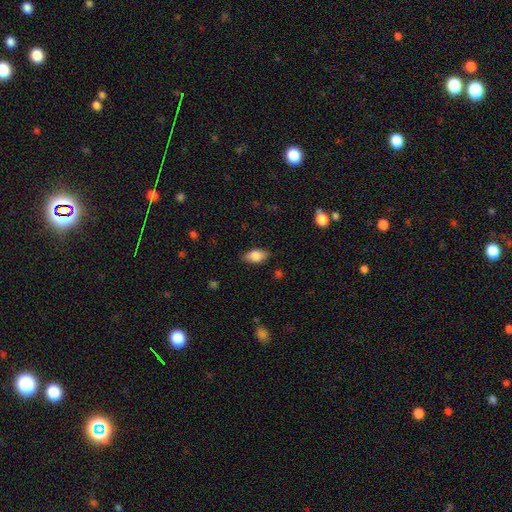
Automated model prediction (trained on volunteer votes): Smooth or featured?
  - smooth: 81% *
  - featured or disk: 12%
  - star or artifact: 7%
How rounded?
  - in between: 91% *
  - round: 5%
  - cigar-shaped: 4%
Merging?
  - none: 83% *
  - minor disturbance: 13%
  - major disturbance: 3%
  - merger: 1%